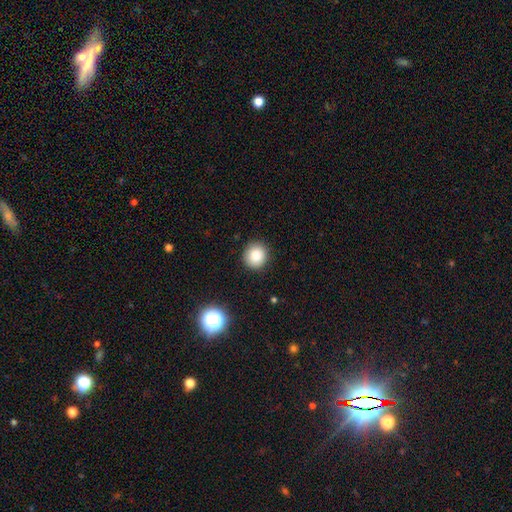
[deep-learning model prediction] The model was most divided on "smooth or featured": smooth: 84%, star or artifact: 11%, featured or disk: 6%. More confident: how rounded — round (90%); merging — none (90%).